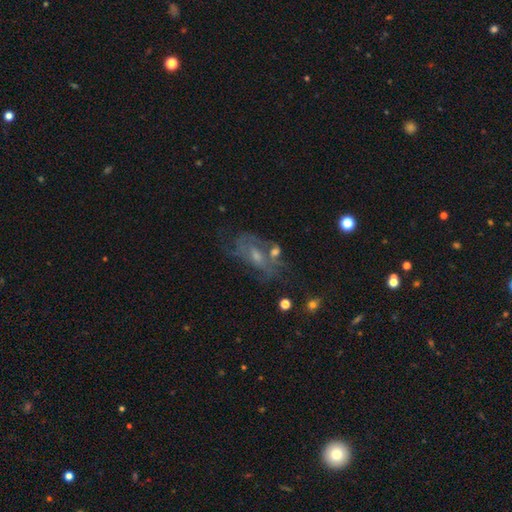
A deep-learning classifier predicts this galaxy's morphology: This appears to be a featured or disk galaxy (61%) with no bar (60%), spiral arms (65%) and a small central bulge (47%). Merging: none (46%).